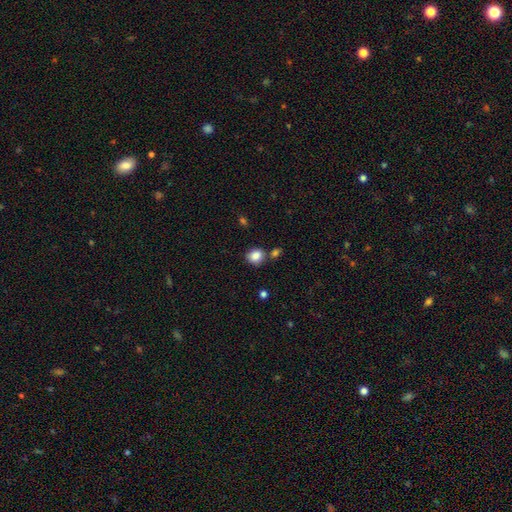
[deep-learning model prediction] Smooth or featured? Predicted: smooth (p=0.85). How rounded? Predicted: round (p=0.74). Merging? Predicted: none (p=0.70).